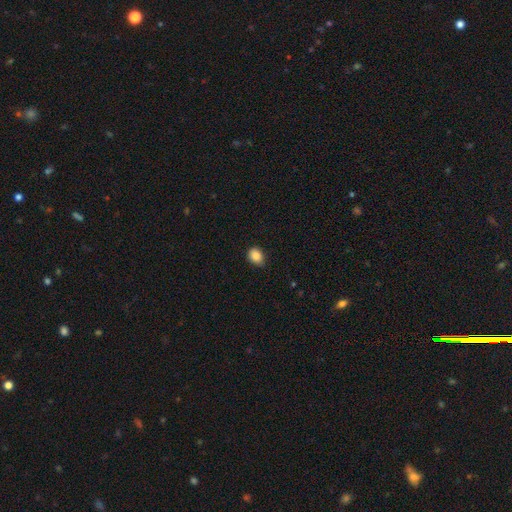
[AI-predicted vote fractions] Smooth or featured?
  - smooth: 86% *
  - star or artifact: 9%
  - featured or disk: 5%
How rounded?
  - in between: 50% *
  - round: 49%
  - cigar-shaped: 1%
Merging?
  - none: 78% *
  - minor disturbance: 19%
  - major disturbance: 3%
  - merger: 1%